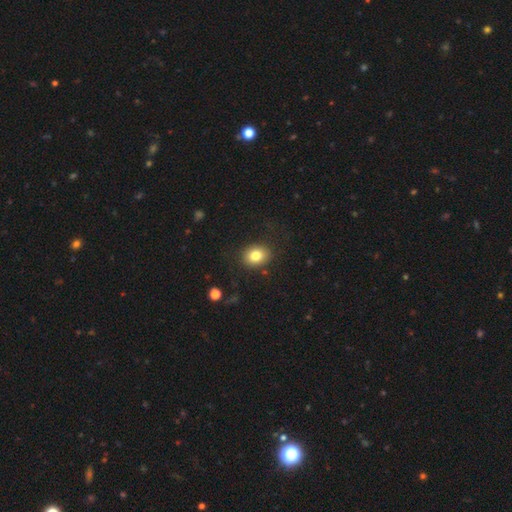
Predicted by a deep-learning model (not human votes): smooth 80%, star or artifact 10%, featured or disk 10%. Down the decision tree: how rounded — round (56%); merging — none (85%).